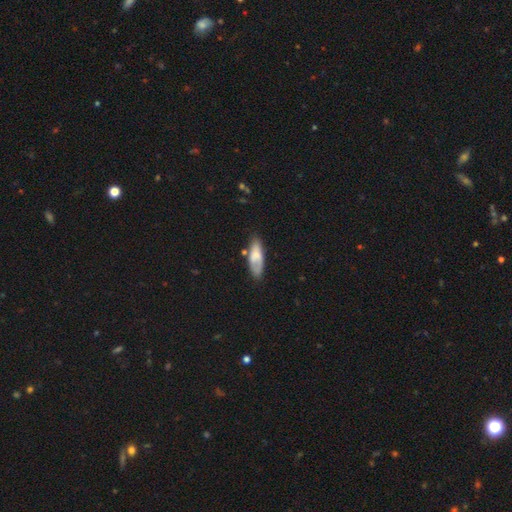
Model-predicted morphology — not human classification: smooth 63%, featured or disk 30%, star or artifact 7%. Down the decision tree: how rounded — in between (69%); merging — none (64%).